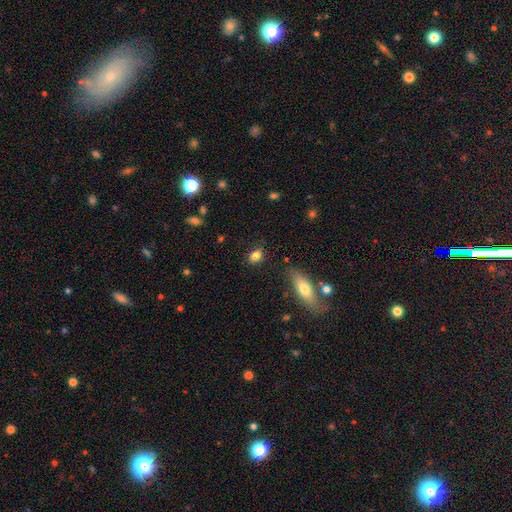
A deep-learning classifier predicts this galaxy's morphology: A smooth galaxy with no disk features (83%) that is in between round and cigar-shaped (71%).

Vote fractions:
- Smooth or featured? smooth: 83% / star or artifact: 9% / featured or disk: 8%
- How rounded? in between: 71% / round: 26% / cigar-shaped: 3%
- Merging? none: 82% / minor disturbance: 12% / major disturbance: 3% / merger: 3%